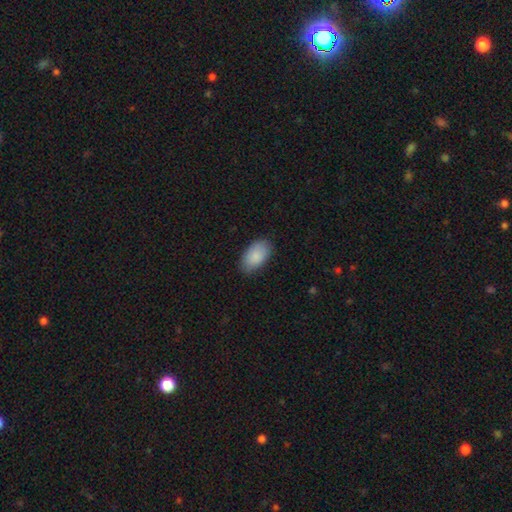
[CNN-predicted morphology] smooth 88%, featured or disk 6%, star or artifact 6%. Down the decision tree: how rounded — in between (94%); merging — none (79%).